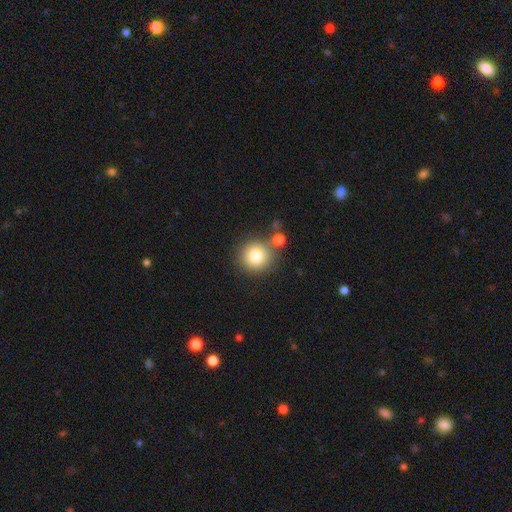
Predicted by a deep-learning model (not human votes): Smooth or featured? Predicted: smooth (p=0.80). How rounded? Predicted: round (p=0.92). Merging? Predicted: none (p=0.72).